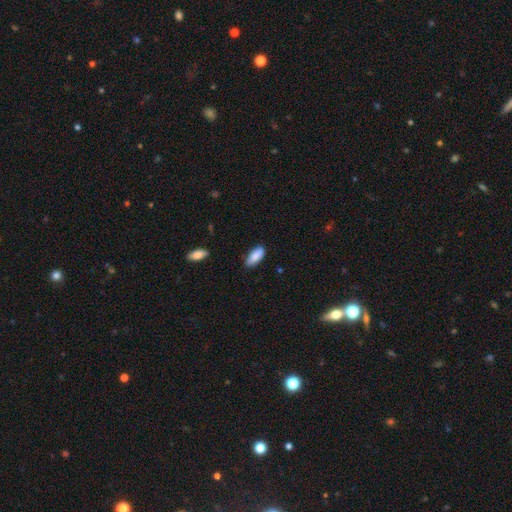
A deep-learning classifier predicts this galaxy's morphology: This appears to be a smooth galaxy with no disk features (86%) that is in between round and cigar-shaped (86%). Merging: none (80%).